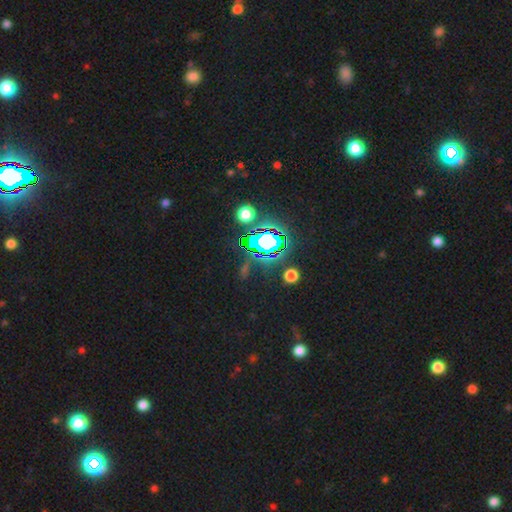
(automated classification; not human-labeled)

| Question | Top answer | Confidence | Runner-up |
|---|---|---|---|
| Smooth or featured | star or artifact | 82% | smooth (11%) |